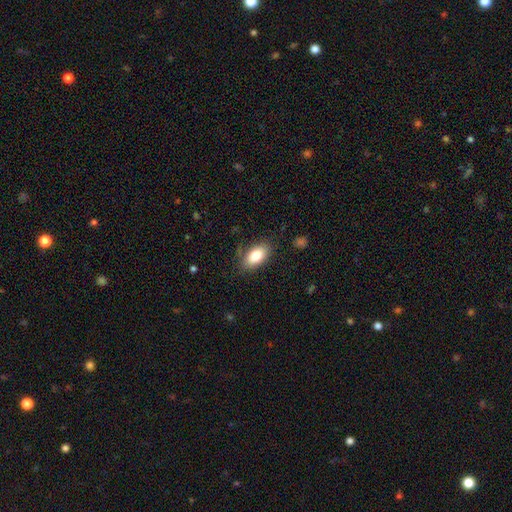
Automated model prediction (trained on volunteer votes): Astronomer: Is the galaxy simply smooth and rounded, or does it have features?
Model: smooth — 82%.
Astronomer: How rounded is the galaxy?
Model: in between — 91%.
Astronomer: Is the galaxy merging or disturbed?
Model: none — 80%.